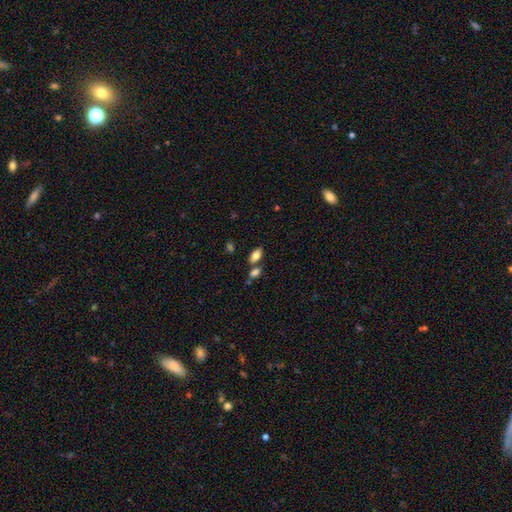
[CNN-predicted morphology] Overall: smooth (81%). How rounded: in between (91%). Merging: none (64%).